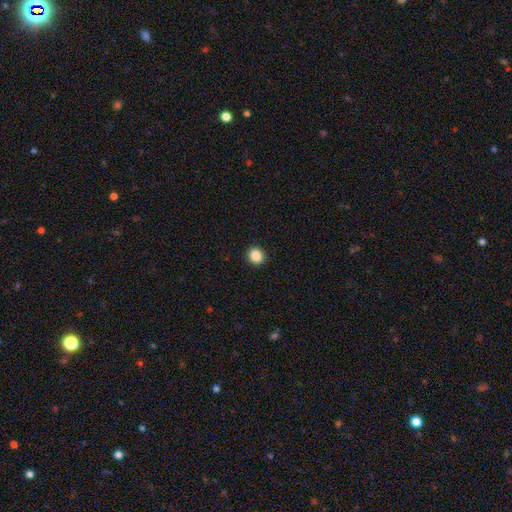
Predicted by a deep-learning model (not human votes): smooth-or-featured: smooth: 87% | star or artifact: 10% | featured or disk: 4%
  how-rounded: round: 84% | in between: 16% | cigar-shaped: 1%
  merging: none: 92% | minor disturbance: 5% | major disturbance: 2% | merger: 1%